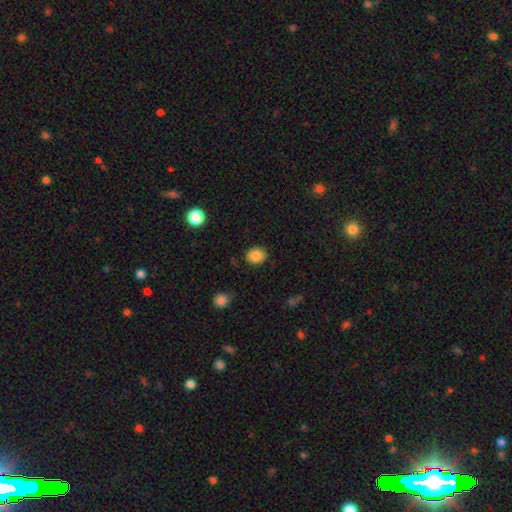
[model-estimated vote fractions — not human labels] smooth 86%, star or artifact 9%, featured or disk 5%. Down the decision tree: how rounded — round (66%); merging — none (87%).